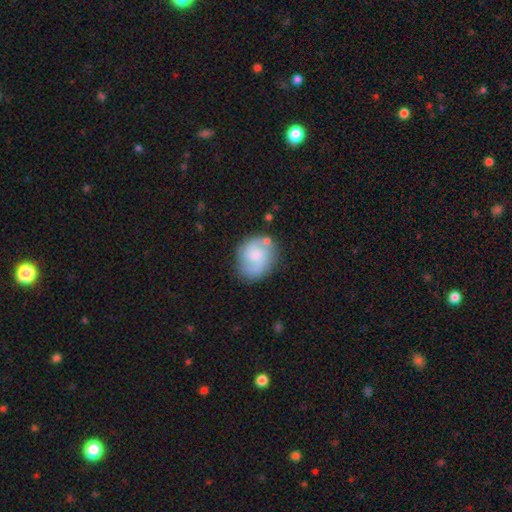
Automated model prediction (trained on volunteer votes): Smooth or featured?
  - featured or disk: 64% *
  - smooth: 29%
  - star or artifact: 7%
Edge-on disk?
  - no: 98% *
  - yes: 2%
Bar?
  - no: 53% *
  - weak: 41%
  - strong: 6%
Spiral arms?
  - yes: 92% *
  - no: 8%
Spiral winding?
  - medium: 50% *
  - tight: 27%
  - loose: 23%
Spiral arm count?
  - 2: 77% *
  - can't tell: 10%
  - 3: 6%
  - 1: 3%
  - 4: 2%
  - more than 4: 2%
Bulge size?
  - small: 36% *
  - moderate: 28%
  - none: 25%
  - large: 8%
  - dominant: 2%
Merging?
  - none: 70% *
  - minor disturbance: 18%
  - major disturbance: 7%
  - merger: 6%